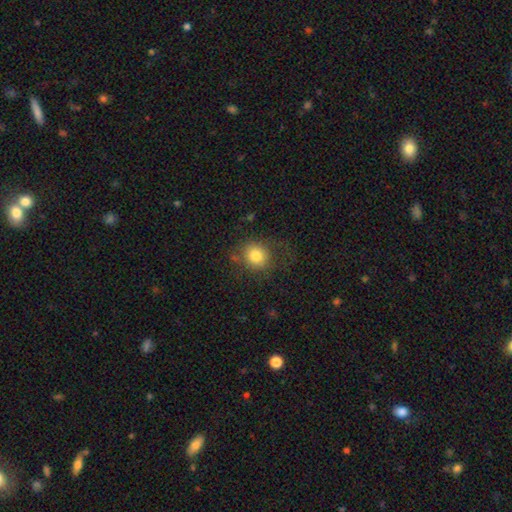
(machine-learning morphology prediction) smooth_or_featured: smooth (p=0.80) [alt: star or artifact p=0.10]
how_rounded: round (p=0.81) [alt: in between p=0.18]
merging: none (p=0.69) [alt: minor disturbance p=0.17]